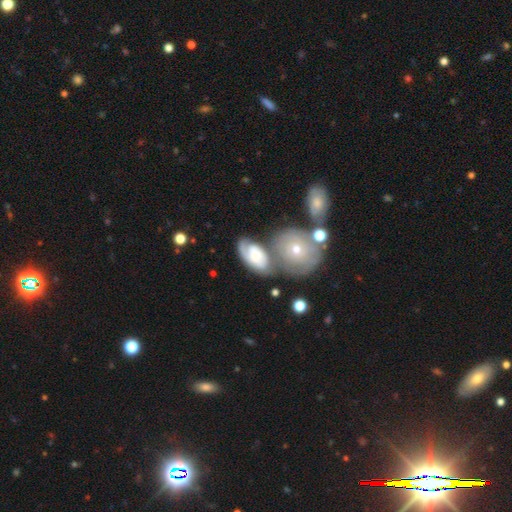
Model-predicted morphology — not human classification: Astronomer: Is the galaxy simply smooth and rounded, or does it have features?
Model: featured or disk — 64%.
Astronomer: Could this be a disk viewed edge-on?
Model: no — 95%.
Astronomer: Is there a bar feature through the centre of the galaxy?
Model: no — 71%.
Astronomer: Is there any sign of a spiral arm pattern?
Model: yes — 85%.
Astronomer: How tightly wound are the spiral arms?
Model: tight — 58%.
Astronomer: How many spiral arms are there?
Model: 2 — 35% (runner-up: can't tell, 28%).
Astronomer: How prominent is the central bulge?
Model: small — 43% (runner-up: moderate, 38%).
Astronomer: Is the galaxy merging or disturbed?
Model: none — 43% (runner-up: merger, 27%).